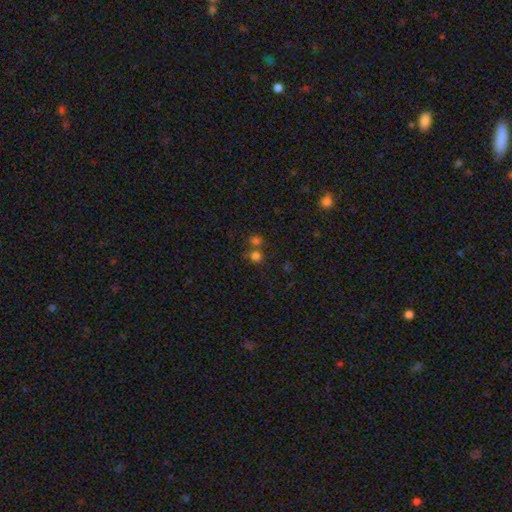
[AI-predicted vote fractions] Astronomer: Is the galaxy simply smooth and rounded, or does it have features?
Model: smooth — 71%.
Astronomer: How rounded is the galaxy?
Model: round — 85%.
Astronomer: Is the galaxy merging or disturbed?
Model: none — 58%.